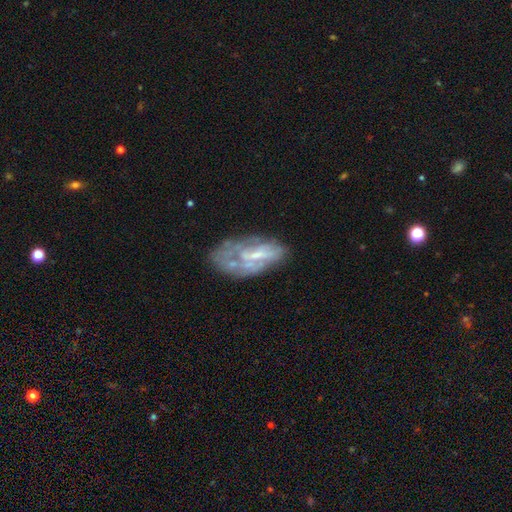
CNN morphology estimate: Smooth or featured? Predicted: featured or disk (p=0.63). Edge-on disk? Predicted: no (p=0.93). Bar? Predicted: no (p=0.58). Spiral arms? Predicted: no (p=0.66). Bulge size? Predicted: small (p=0.42). Merging? Predicted: none (p=0.45).